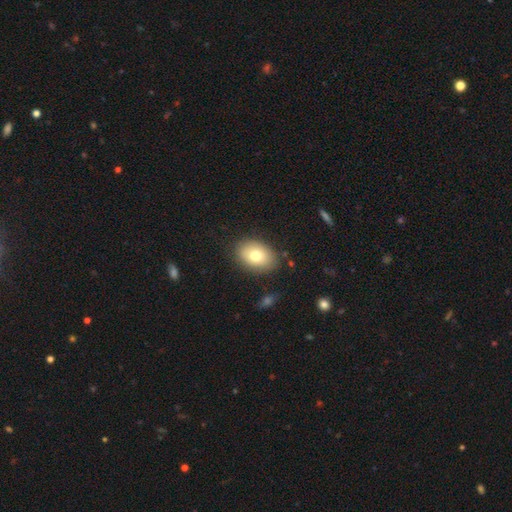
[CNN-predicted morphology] smooth 76%, featured or disk 16%, star or artifact 9%. Down the decision tree: how rounded — in between (78%); merging — none (85%).